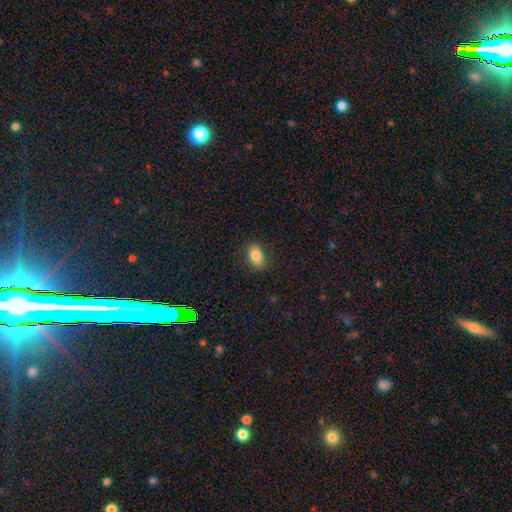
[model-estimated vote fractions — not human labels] Smooth or featured: smooth — 82% (featured or disk — 9%)
How rounded: in between — 85% (round — 14%)
Merging: none — 84% (minor disturbance — 12%)